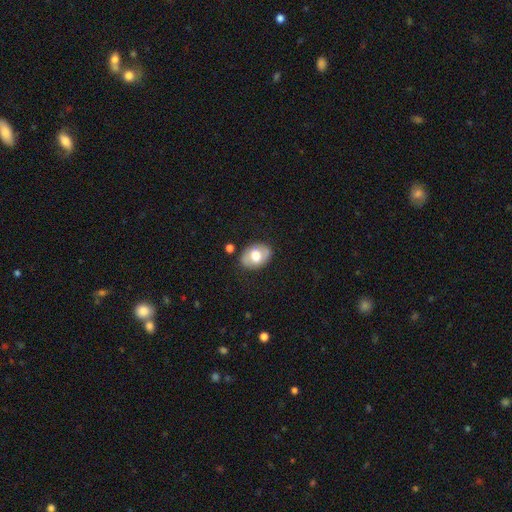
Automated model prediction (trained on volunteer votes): Overall: smooth (60%; featured or disk 33%). How rounded: in between (79%). Merging: none (79%).